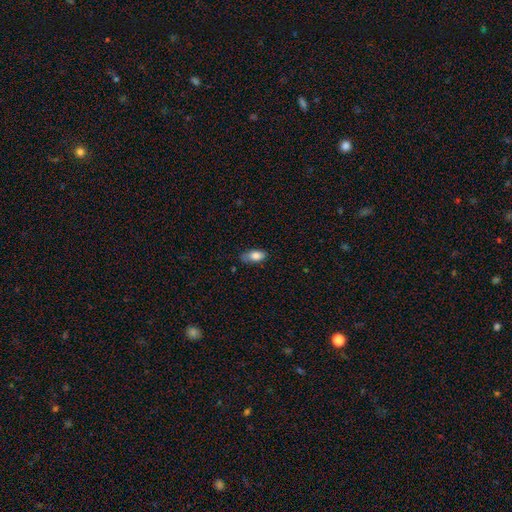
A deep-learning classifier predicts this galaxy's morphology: smooth 83%, featured or disk 10%, star or artifact 7%. Down the decision tree: how rounded — in between (88%); merging — none (63%).